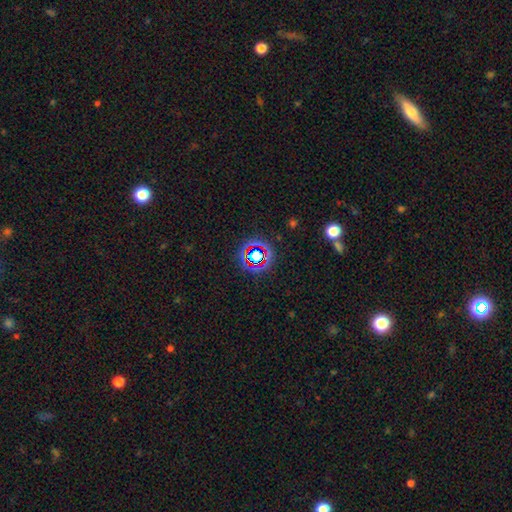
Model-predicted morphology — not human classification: star or artifact 66%, smooth 22%, featured or disk 12%.